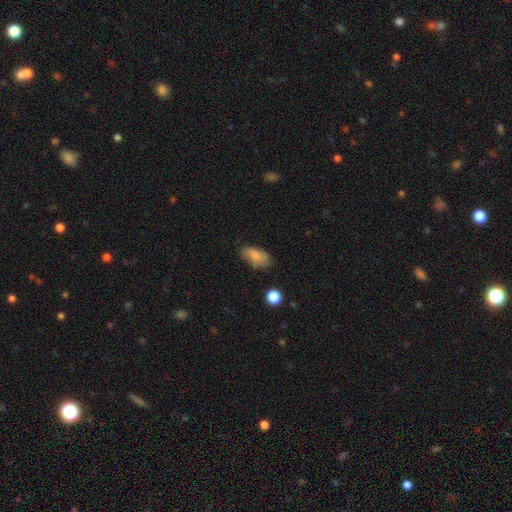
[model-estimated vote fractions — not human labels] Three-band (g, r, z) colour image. It shows a smooth galaxy with no disk features (82%) that is in between round and cigar-shaped (90%). Merging: none (63%).